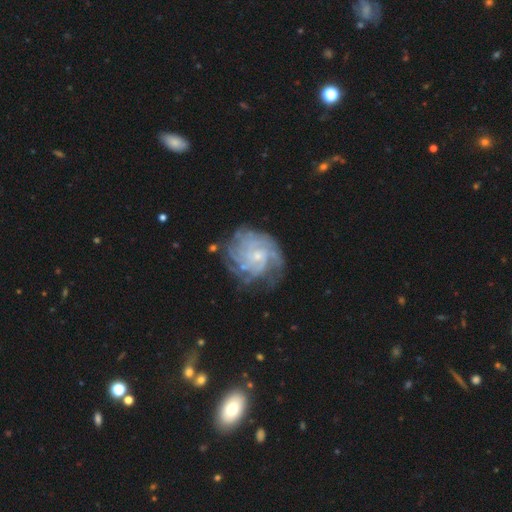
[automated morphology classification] smooth-or-featured: featured or disk: 87% | smooth: 7% | star or artifact: 6%
  disk-edge-on: no: 98% | yes: 2%
    bar: no: 71% | weak: 25% | strong: 4%
    has-spiral-arms: yes: 97% | no: 3%
      spiral-winding: tight: 71% | medium: 23% | loose: 5%
      spiral-arm-count: can't tell: 29% | 4: 25% | more than 4: 17% | 3: 13% | 2: 9% | 1: 7%
    bulge-size: small: 76% | moderate: 18% | none: 4% | large: 1% | dominant: 1%
  merging: none: 69% | minor disturbance: 19% | major disturbance: 10% | merger: 2%